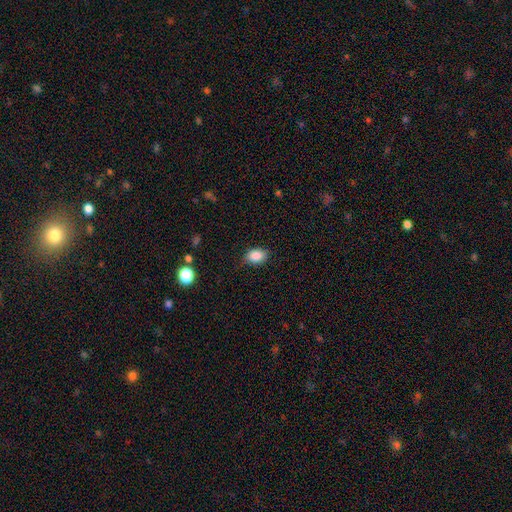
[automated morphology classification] Smooth or featured: smooth — 87% (star or artifact — 9%)
How rounded: in between — 77% (round — 22%)
Merging: none — 77% (minor disturbance — 18%)